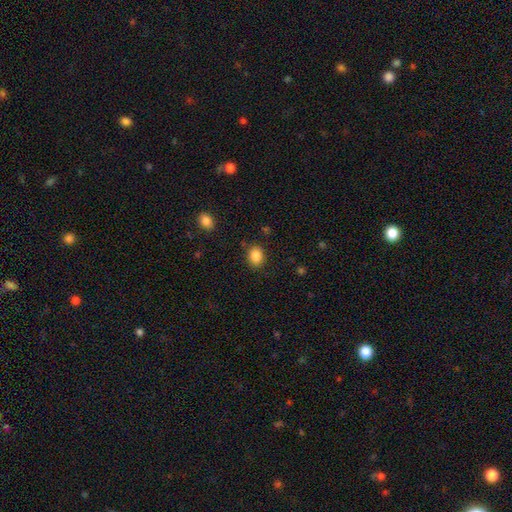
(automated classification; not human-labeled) Q: Smooth or featured?
A: smooth (86%); runner-up: star or artifact (9%)
Q: How rounded?
A: in between (56%); runner-up: round (43%)
Q: Merging?
A: none (85%); runner-up: minor disturbance (10%)